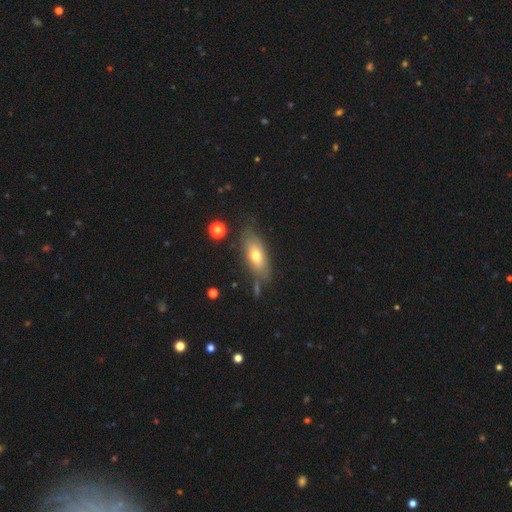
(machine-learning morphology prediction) The model was most divided on "smooth or featured": smooth: 60%, featured or disk: 32%, star or artifact: 7%. More confident: how rounded — in between (79%); merging — none (70%).